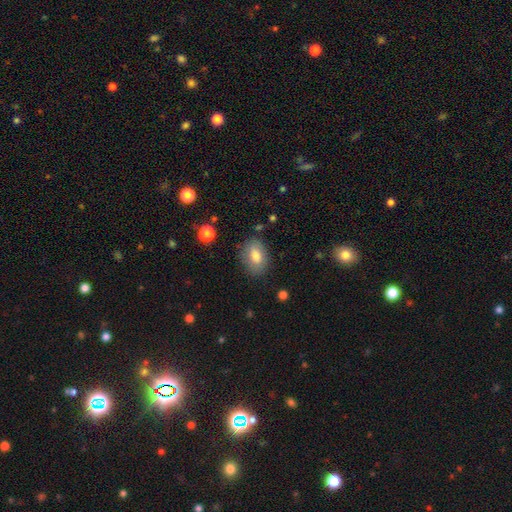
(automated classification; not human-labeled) smooth-or-featured: smooth: 78% | featured or disk: 14% | star or artifact: 8%
  how-rounded: in between: 84% | round: 14% | cigar-shaped: 1%
  merging: none: 81% | minor disturbance: 14% | major disturbance: 4% | merger: 2%